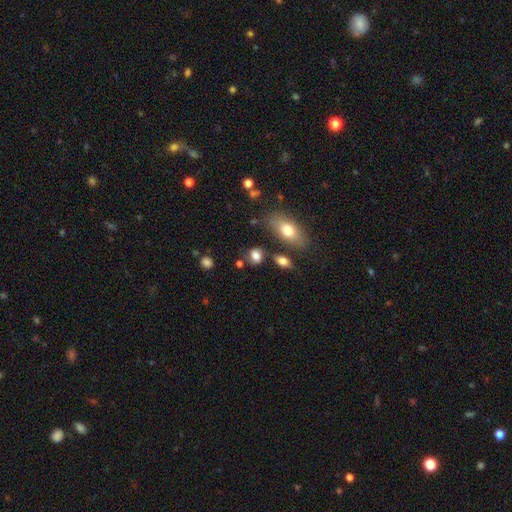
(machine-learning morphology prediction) Smooth or featured? smooth (79%)
How rounded? in between (51%)
Merging? none (67%)